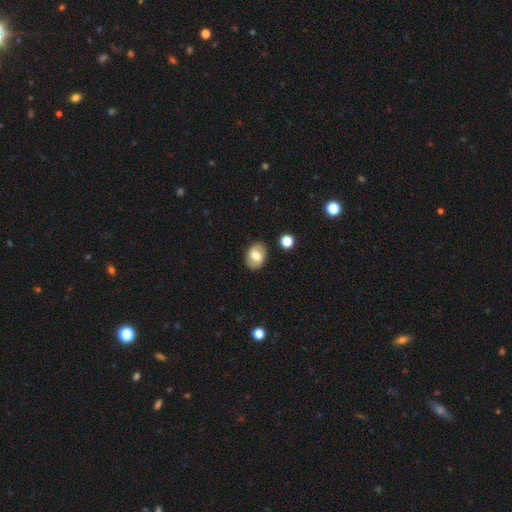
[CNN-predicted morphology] A smooth galaxy with no disk features (66%) that is in between round and cigar-shaped (72%).

Vote fractions:
- Smooth or featured? smooth: 66% / featured or disk: 26% / star or artifact: 8%
- How rounded? in between: 72% / round: 27% / cigar-shaped: 1%
- Merging? none: 85% / minor disturbance: 11% / major disturbance: 3% / merger: 2%